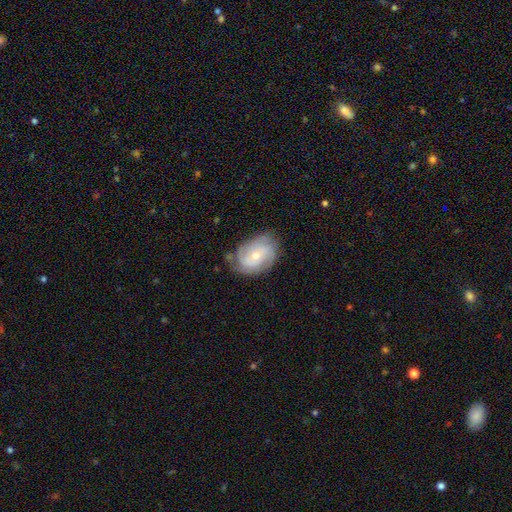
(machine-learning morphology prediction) Smooth or featured? featured or disk (73%)
Edge-on disk? no (97%)
Bar? no (69%)
Spiral arms? yes (91%)
Spiral winding? tight (58%)
Spiral arm count? can't tell (32%)
Bulge size? small (55%)
Merging? none (70%)